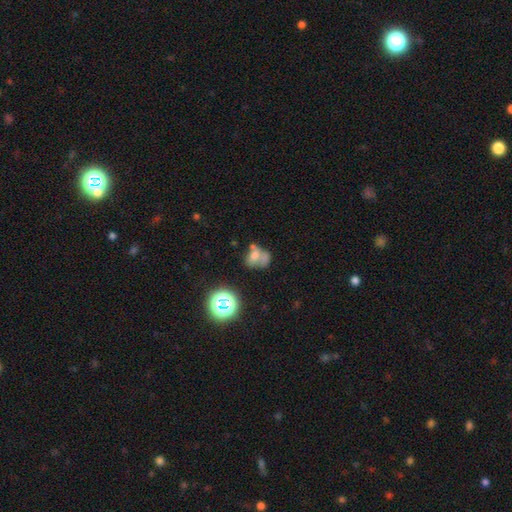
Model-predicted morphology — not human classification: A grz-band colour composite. It shows a smooth galaxy with no disk features (52%) that is in between round and cigar-shaped (56%). Merging: merger (43%).